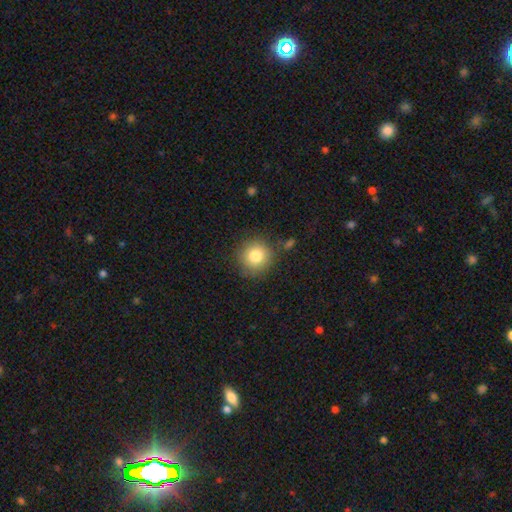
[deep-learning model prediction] Smooth or featured? smooth (81%)
How rounded? round (93%)
Merging? none (83%)